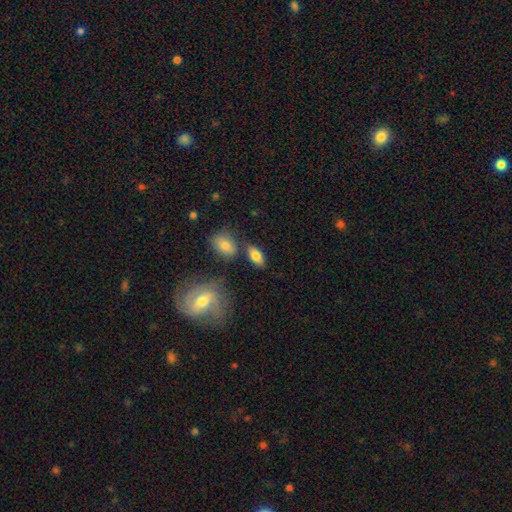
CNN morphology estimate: The model was most divided on "merging": none: 73%, minor disturbance: 13%, merger: 10%, major disturbance: 4%. More confident: how rounded — in between (89%); smooth or featured — smooth (80%).